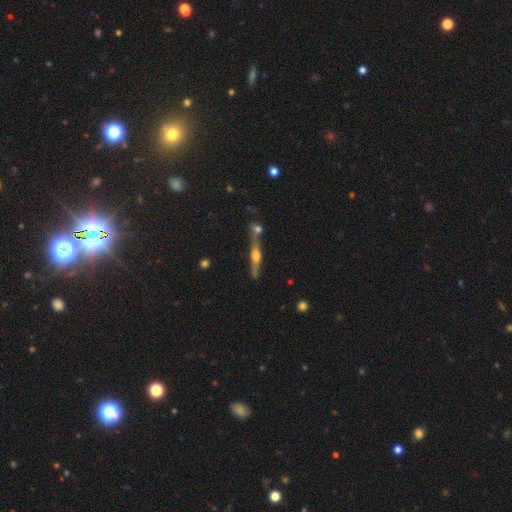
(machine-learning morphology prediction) type=featured or disk (68%); edge-on=yes (95%); edge-on bulge=rounded (89%); merging=none (62%).